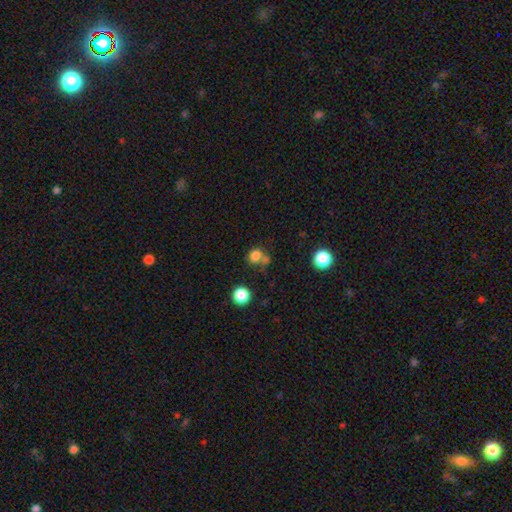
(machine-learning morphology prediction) A smooth galaxy with no disk features (77%) that is round (75%). Merging: none (49%).